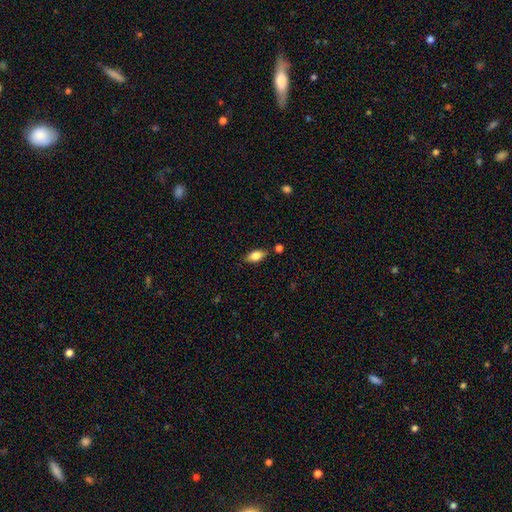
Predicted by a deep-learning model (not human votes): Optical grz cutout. It shows a smooth galaxy with no disk features (82%) that is in between round and cigar-shaped (89%). Merging: none (79%).